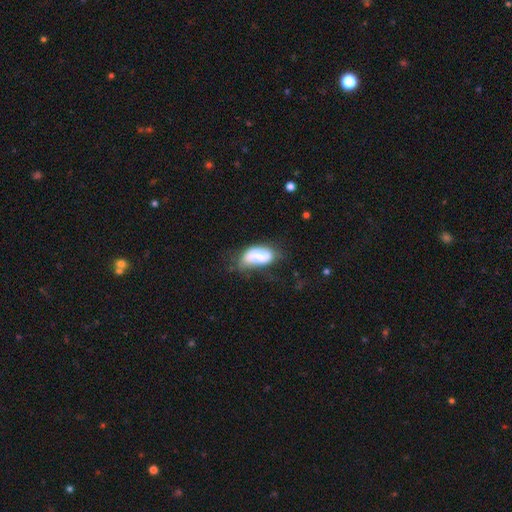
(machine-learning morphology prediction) Smooth or featured? smooth (57%)
How rounded? in between (90%)
Merging? none (36%)